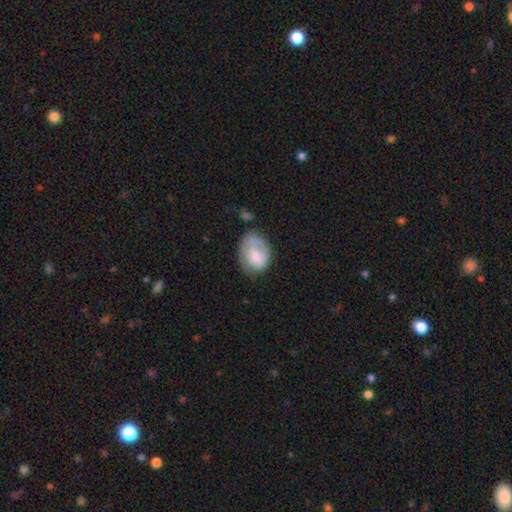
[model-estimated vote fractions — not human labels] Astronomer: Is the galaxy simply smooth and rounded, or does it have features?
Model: smooth — 68%.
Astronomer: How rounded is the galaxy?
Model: in between — 67%.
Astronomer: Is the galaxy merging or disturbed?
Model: none — 47% (runner-up: minor disturbance, 31%).